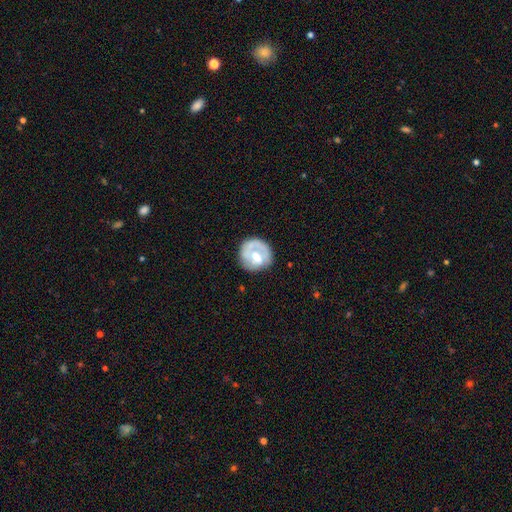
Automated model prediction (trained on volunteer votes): Morphology: type=featured or disk (50%); merging=none (65%).